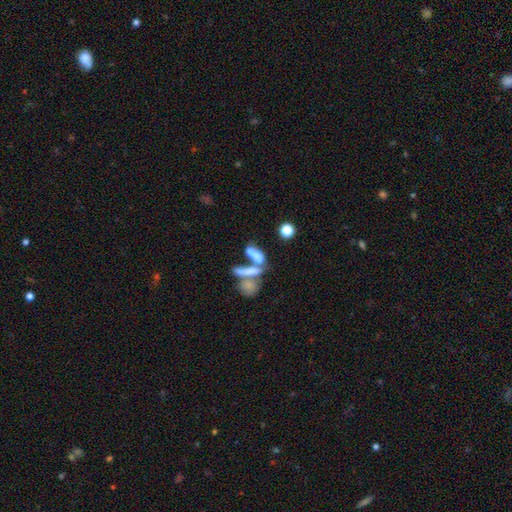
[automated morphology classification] Overall: smooth (56%; featured or disk 31%). How rounded: in between (63%; cigar-shaped 26%). Merging: merger (59%; none 21%).